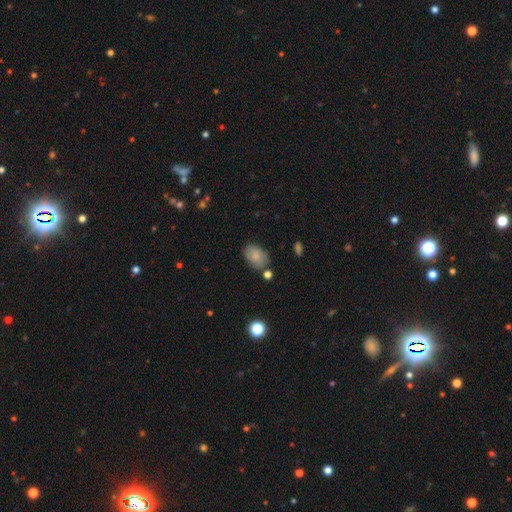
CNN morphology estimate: A smooth galaxy with no disk features (79%) that is in between round and cigar-shaped (86%).

Vote fractions:
- Smooth or featured? smooth: 79% / featured or disk: 13% / star or artifact: 8%
- How rounded? in between: 86% / round: 13% / cigar-shaped: 1%
- Merging? none: 70% / minor disturbance: 19% / merger: 6% / major disturbance: 5%